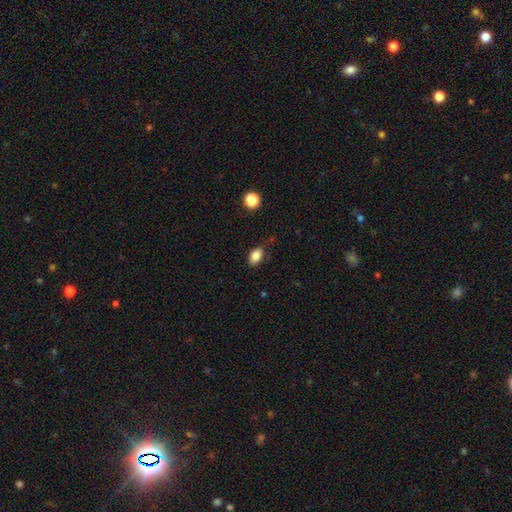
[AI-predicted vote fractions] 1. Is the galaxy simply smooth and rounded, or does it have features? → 84% smooth, 10% star or artifact, 7% featured or disk.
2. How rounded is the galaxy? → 85% in between, 13% round, 2% cigar-shaped.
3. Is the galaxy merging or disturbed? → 77% none, 18% minor disturbance, 3% major disturbance, 2% merger.